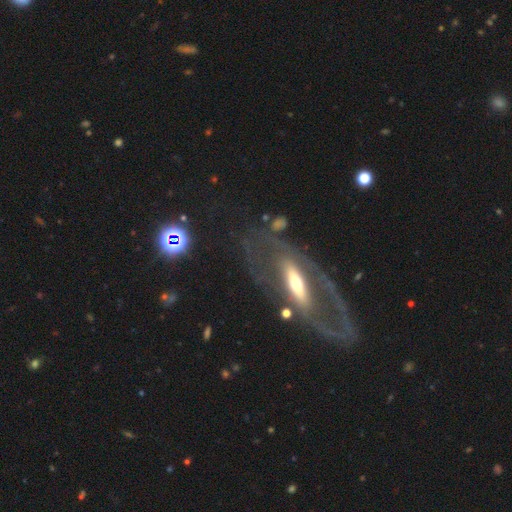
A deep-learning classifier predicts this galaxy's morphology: Smooth or featured? Predicted: featured or disk (p=0.81). Edge-on disk? Predicted: no (p=0.81). Bar? Predicted: strong (p=0.42). Spiral arms? Predicted: yes (p=0.66). Bulge size? Predicted: moderate (p=0.54). Merging? Predicted: none (p=0.59).